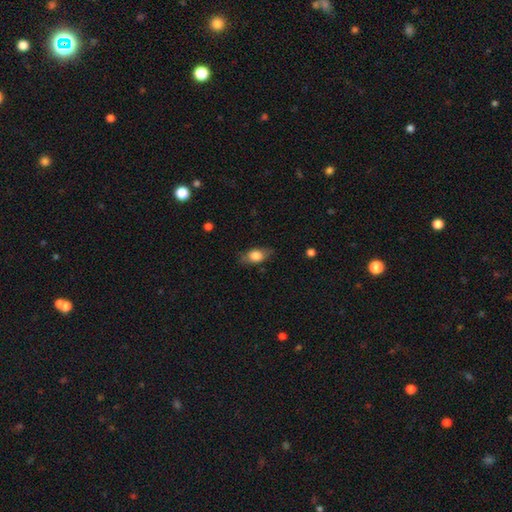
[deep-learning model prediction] Smooth or featured: smooth — 73% (featured or disk — 20%)
How rounded: in between — 82% (round — 9%)
Merging: none — 77% (minor disturbance — 17%)